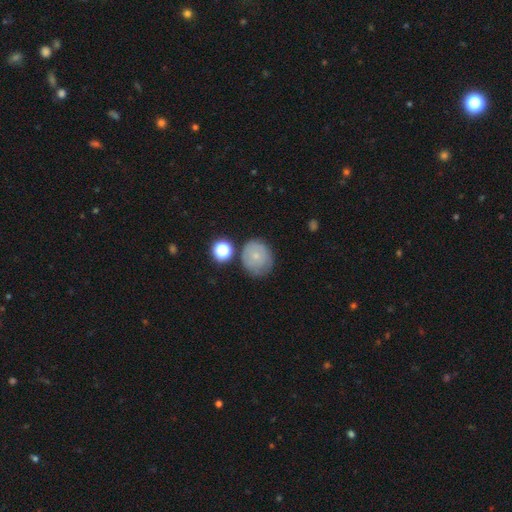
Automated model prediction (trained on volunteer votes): smooth 60%, featured or disk 28%, star or artifact 12%. Down the decision tree: how rounded — round (78%); merging — none (68%).